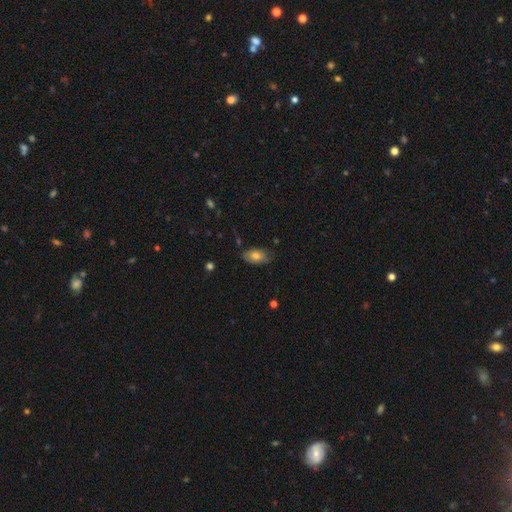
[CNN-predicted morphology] Smooth or featured?
  - smooth: 75% *
  - featured or disk: 17%
  - star or artifact: 8%
How rounded?
  - in between: 91% *
  - round: 5%
  - cigar-shaped: 3%
Merging?
  - none: 73% *
  - minor disturbance: 22%
  - major disturbance: 4%
  - merger: 2%